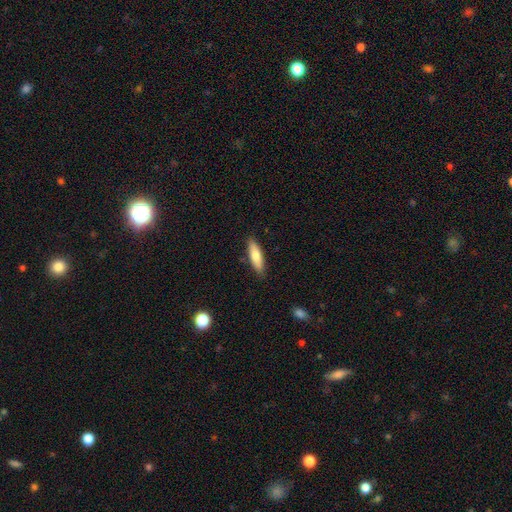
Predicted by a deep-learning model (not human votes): Smooth or featured? smooth (72%)
How rounded? cigar-shaped (59%)
Merging? none (87%)